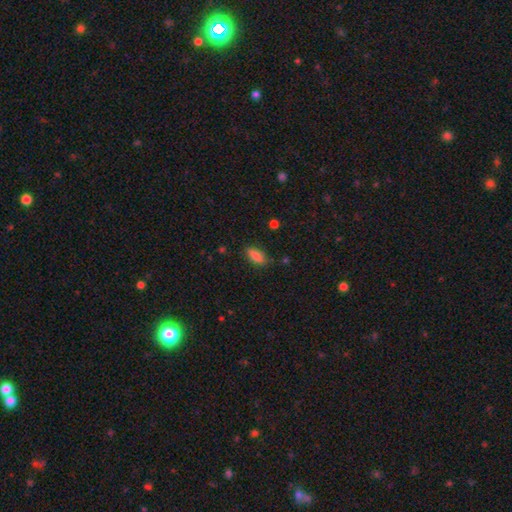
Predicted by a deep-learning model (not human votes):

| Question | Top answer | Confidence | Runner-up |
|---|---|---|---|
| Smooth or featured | smooth | 86% | star or artifact (8%) |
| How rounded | in between | 85% | cigar-shaped (12%) |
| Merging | none | 81% | minor disturbance (14%) |